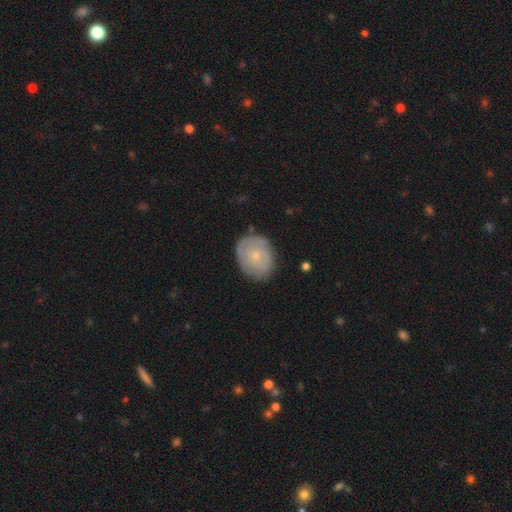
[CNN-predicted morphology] The model was most divided on "how rounded": round: 52%, in between: 47%, cigar-shaped: 1%. More confident: merging — none (77%); smooth or featured — smooth (54%).